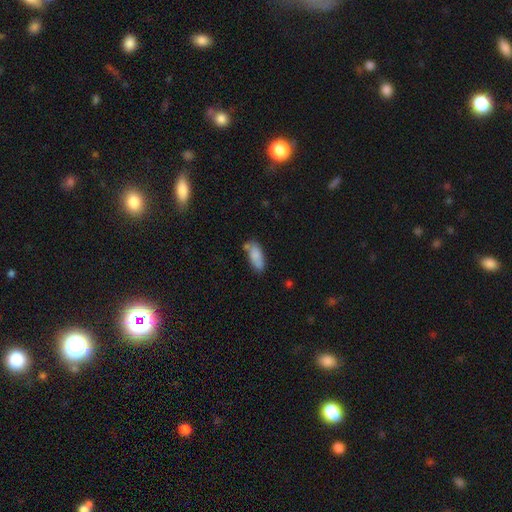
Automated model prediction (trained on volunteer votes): smooth 82%, featured or disk 11%, star or artifact 7%. Down the decision tree: how rounded — in between (81%); merging — none (56%).